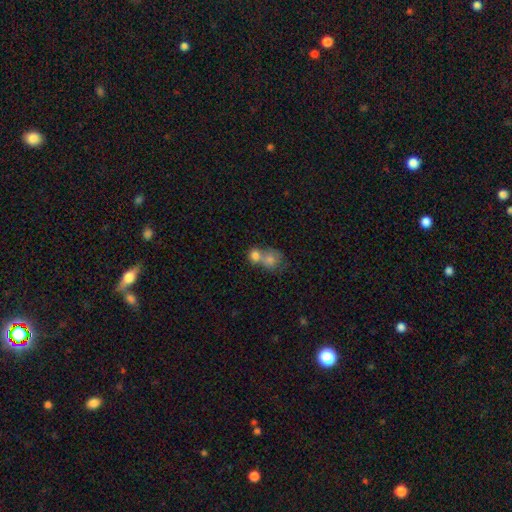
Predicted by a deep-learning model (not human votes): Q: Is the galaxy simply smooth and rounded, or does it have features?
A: smooth — 76%.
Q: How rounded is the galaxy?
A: round — 68%.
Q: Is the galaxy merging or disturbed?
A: merger — 67%.